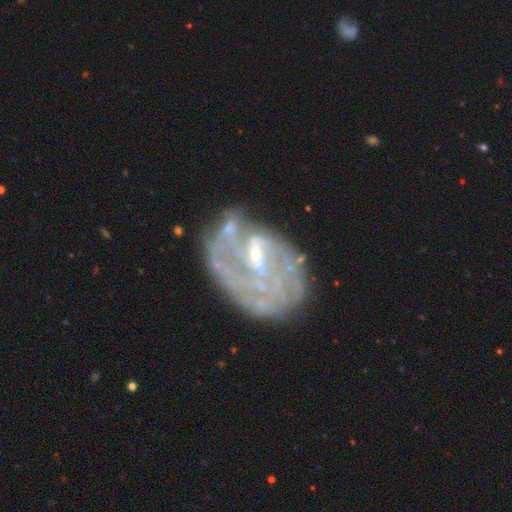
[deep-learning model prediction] featured or disk 79%, smooth 12%, star or artifact 9%. Down the decision tree: edge-on disk — no (97%); bar — weak (51%); spiral arms — yes (69%); spiral arm count — can't tell (50%); spiral winding — tight (47%); bulge size — small (59%); merging — none (48%).